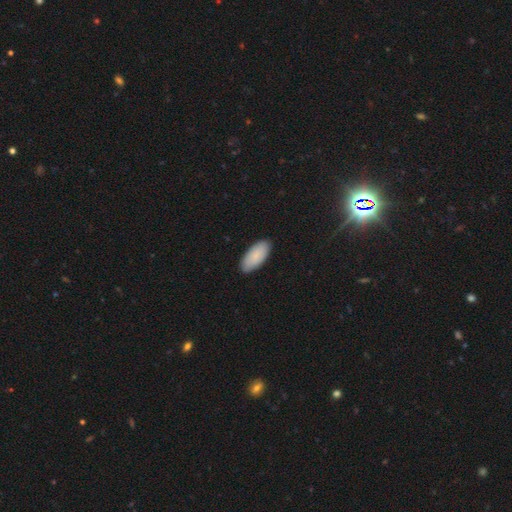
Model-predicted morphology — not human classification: Q: Smooth or featured?
A: smooth (87%); runner-up: featured or disk (7%)
Q: How rounded?
A: in between (92%); runner-up: cigar-shaped (7%)
Q: Merging?
A: none (87%); runner-up: minor disturbance (10%)